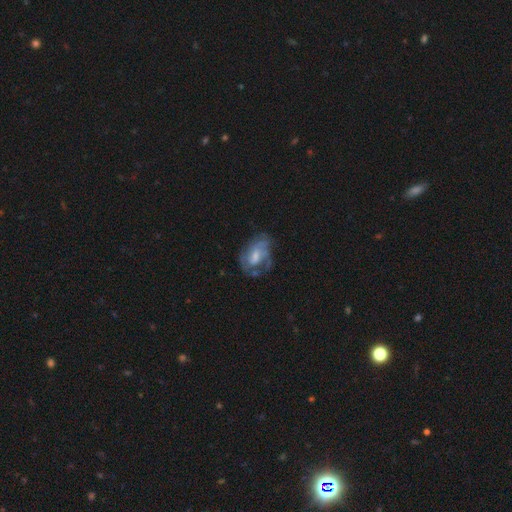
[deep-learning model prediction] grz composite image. It shows a featured or disk galaxy (65%) with no bar (45%), spiral arms (72%) and a moderate central bulge (44%). Merging: none (49%).